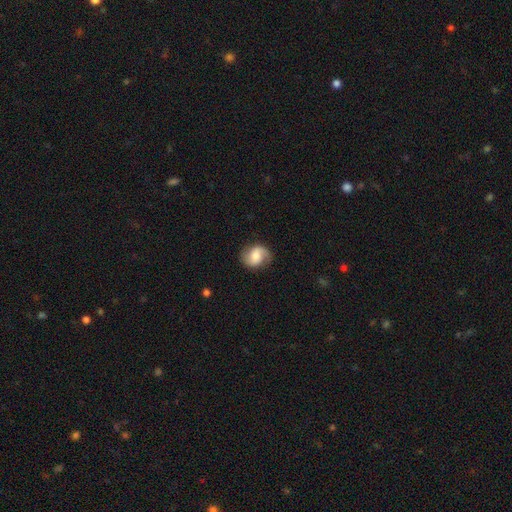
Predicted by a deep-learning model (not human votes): This is possibly a featured or disk galaxy (58%). It is clearly not viewed edge-on (97%). Bar: possibly no (47%). Spiral arm pattern: clearly yes (92%). Spiral arm count: clearly 2 (86%). Spiral winding: marginally medium (42%). Central bulge: possibly moderate (51%). Merging: likely none (79%).